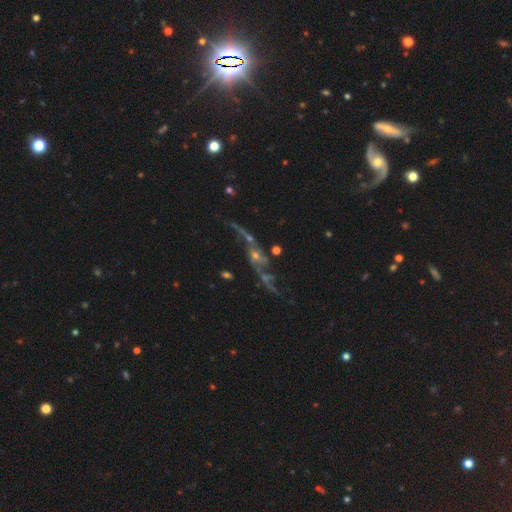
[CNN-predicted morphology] Overall: featured or disk (71%). Edge-on disk: no (84%). Bar: no (76%). Spiral arms: yes (69%; no 31%). Bulge size: small (58%; moderate 22%). Merging: none (40%; major disturbance 25%).